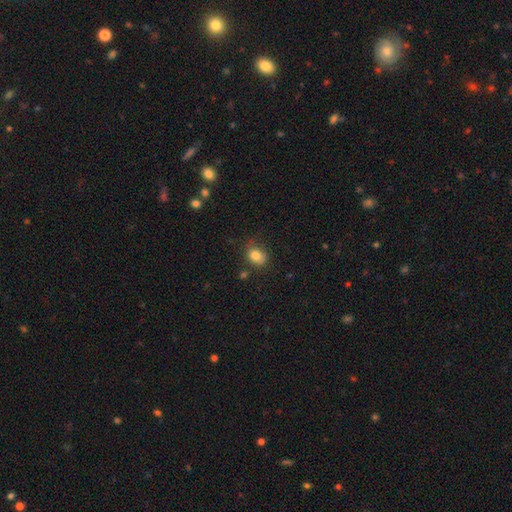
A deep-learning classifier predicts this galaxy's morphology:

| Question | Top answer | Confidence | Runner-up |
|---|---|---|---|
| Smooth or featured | smooth | 82% | star or artifact (10%) |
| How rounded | round | 50% | in between (49%) |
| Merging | none | 64% | minor disturbance (24%) |